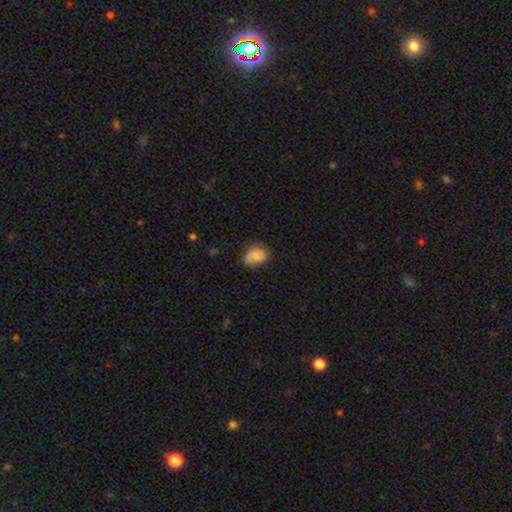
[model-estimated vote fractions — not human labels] A smooth galaxy with no disk features (77%) that is in between round and cigar-shaped (68%). Merging: none (61%).